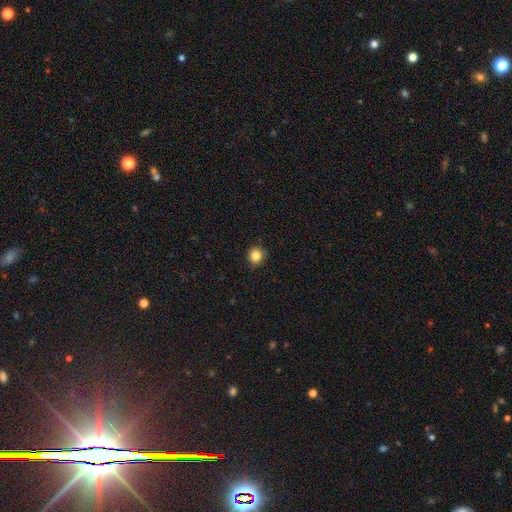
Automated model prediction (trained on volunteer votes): A smooth galaxy with no disk features (84%) that is round (90%). Merging: none (87%).